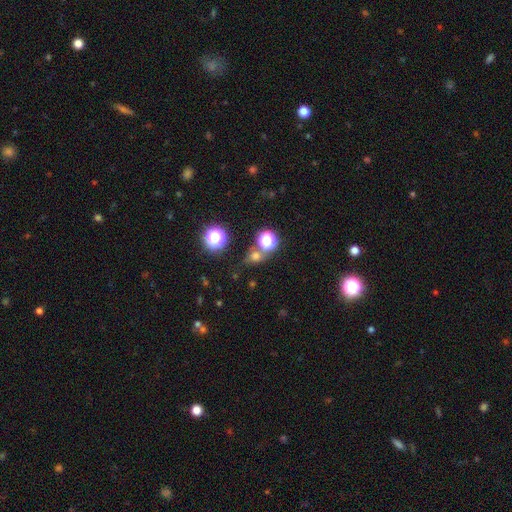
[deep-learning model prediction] A smooth galaxy with no disk features (58%) that is round (74%).

Vote fractions:
- Smooth or featured? smooth: 58% / star or artifact: 32% / featured or disk: 10%
- How rounded? round: 74% / in between: 24% / cigar-shaped: 2%
- Merging? none: 66% / merger: 16% / minor disturbance: 12% / major disturbance: 6%